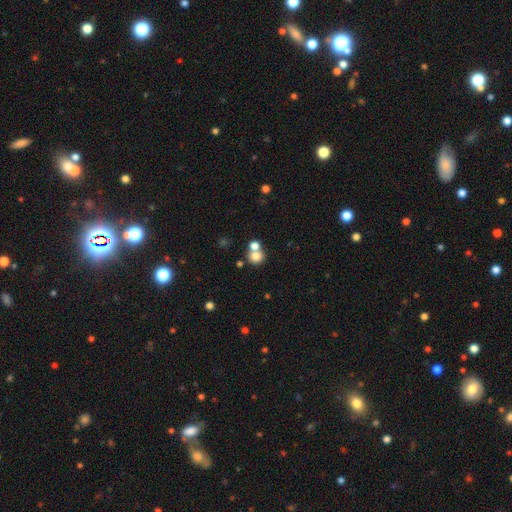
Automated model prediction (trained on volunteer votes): The model was most divided on "merging": none: 47%, merger: 43%, minor disturbance: 7%, major disturbance: 4%. More confident: how rounded — round (82%); smooth or featured — smooth (77%).